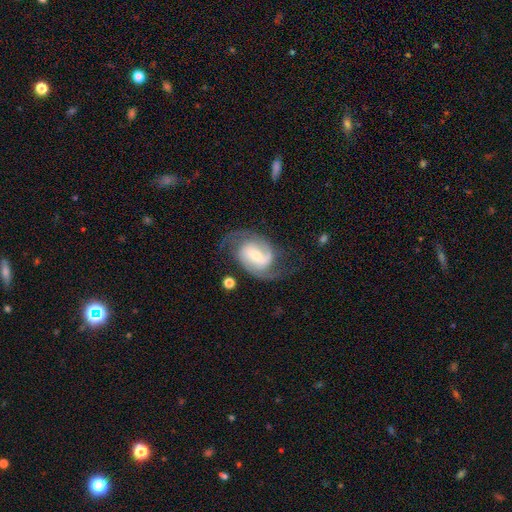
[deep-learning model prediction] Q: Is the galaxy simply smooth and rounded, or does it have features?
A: featured or disk — 87%.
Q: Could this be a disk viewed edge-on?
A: no — 97%.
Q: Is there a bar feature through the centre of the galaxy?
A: weak — 48%.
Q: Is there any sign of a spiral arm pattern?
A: yes — 97%.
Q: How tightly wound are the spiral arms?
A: medium — 52%.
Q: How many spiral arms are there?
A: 2 — 87%.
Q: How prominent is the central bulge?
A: small — 47%.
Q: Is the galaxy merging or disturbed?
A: none — 70%.